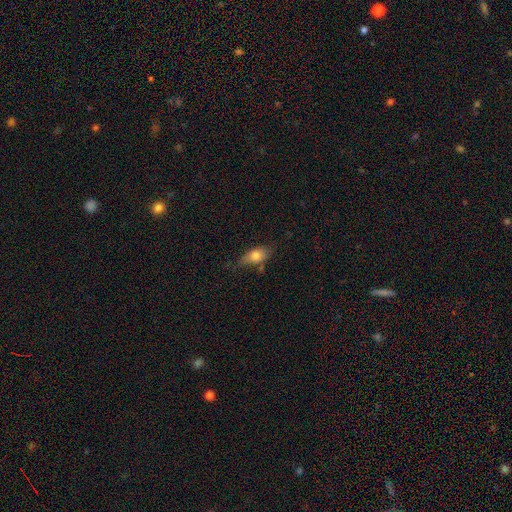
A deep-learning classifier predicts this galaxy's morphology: smooth_or_featured: smooth (p=0.74) [alt: featured or disk p=0.18]
how_rounded: in between (p=0.81) [alt: cigar-shaped p=0.10]
merging: none (p=0.54) [alt: minor disturbance p=0.31]